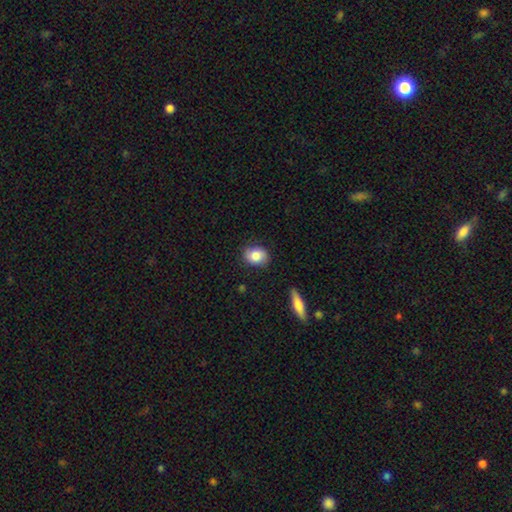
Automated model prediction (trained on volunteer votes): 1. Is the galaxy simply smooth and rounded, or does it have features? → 80% smooth, 13% featured or disk, 7% star or artifact.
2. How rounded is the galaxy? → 55% in between, 43% round, 1% cigar-shaped.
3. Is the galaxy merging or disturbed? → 81% none, 14% minor disturbance, 3% major disturbance, 2% merger.